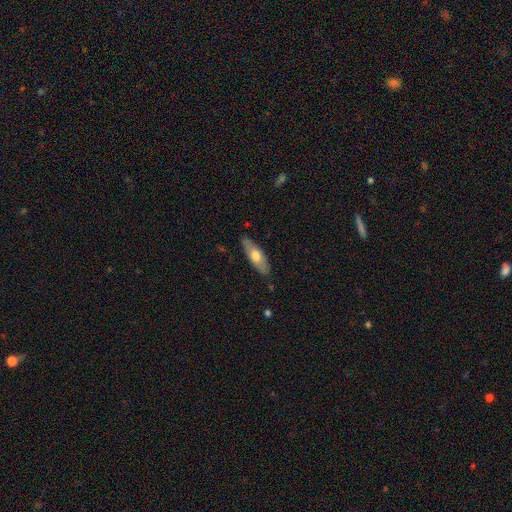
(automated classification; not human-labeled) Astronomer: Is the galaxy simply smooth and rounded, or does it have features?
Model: smooth — 56% (runner-up: featured or disk, 39%).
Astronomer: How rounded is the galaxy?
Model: in between — 59% (runner-up: cigar-shaped, 39%).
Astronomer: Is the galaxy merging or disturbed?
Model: none — 82%.